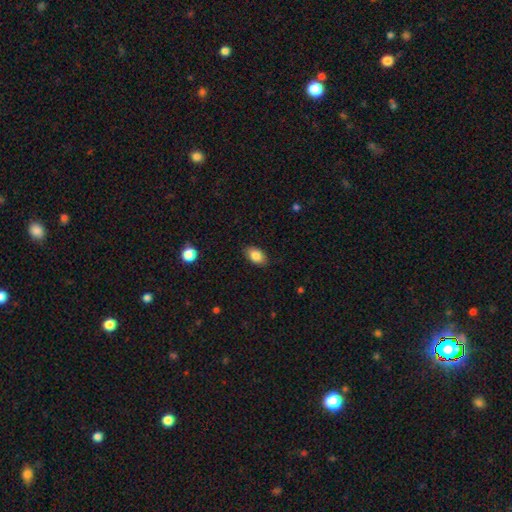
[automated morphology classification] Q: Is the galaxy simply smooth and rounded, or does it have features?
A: smooth — 85%.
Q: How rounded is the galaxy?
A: in between — 90%.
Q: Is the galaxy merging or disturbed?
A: none — 87%.